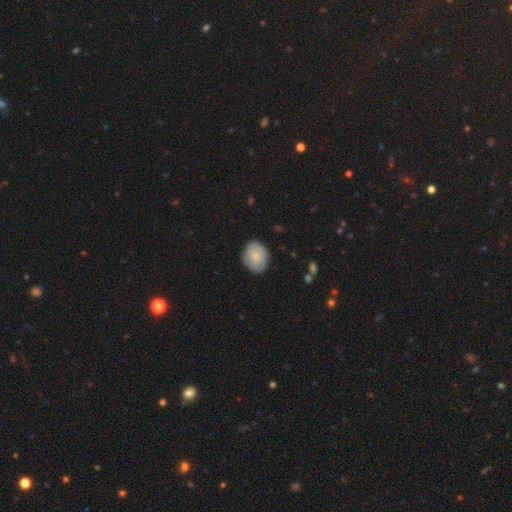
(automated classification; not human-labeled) The model was most divided on "how rounded": round: 50%, in between: 49%, cigar-shaped: 1%. More confident: merging — none (82%); smooth or featured — smooth (79%).